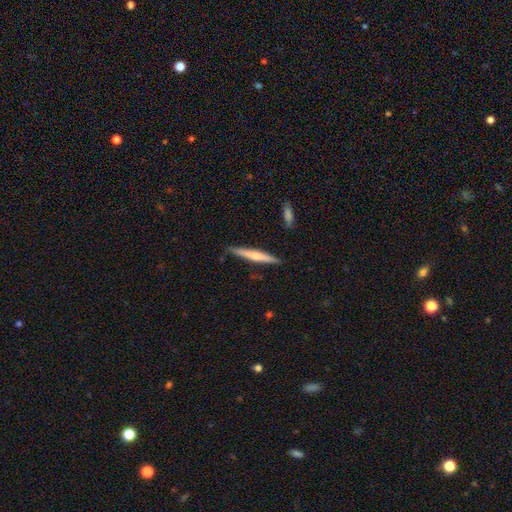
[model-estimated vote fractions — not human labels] smooth_or_featured: featured or disk (p=0.49) [alt: smooth p=0.46]
merging: none (p=0.88) [alt: minor disturbance p=0.09]